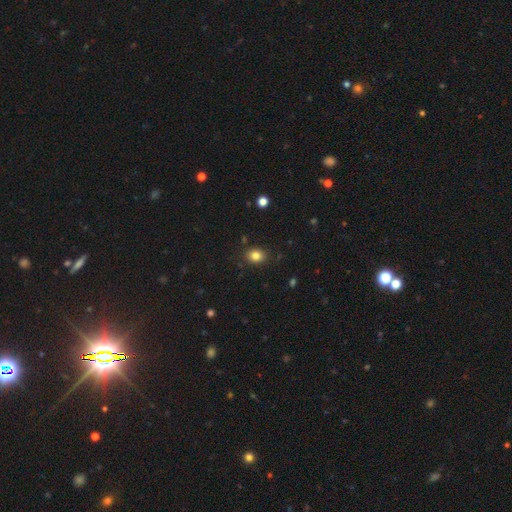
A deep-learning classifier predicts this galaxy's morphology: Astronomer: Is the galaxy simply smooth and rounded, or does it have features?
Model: smooth — 83%.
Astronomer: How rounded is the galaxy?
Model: round — 50% (runner-up: in between, 49%).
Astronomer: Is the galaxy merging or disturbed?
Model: none — 87%.